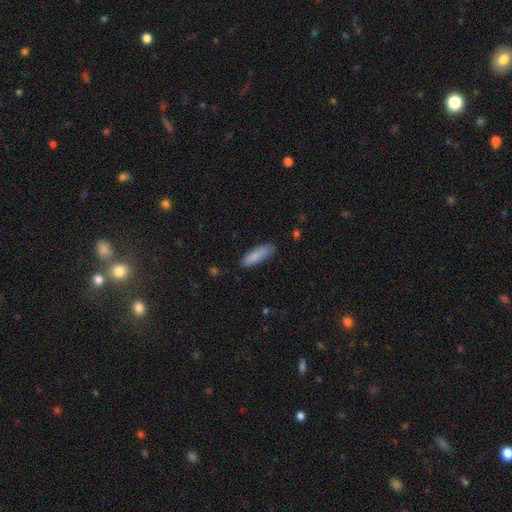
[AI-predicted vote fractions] Smooth or featured?
  - smooth: 85% *
  - featured or disk: 9%
  - star or artifact: 6%
How rounded?
  - cigar-shaped: 54% *
  - in between: 44%
  - round: 2%
Merging?
  - none: 82% *
  - minor disturbance: 14%
  - major disturbance: 3%
  - merger: 1%